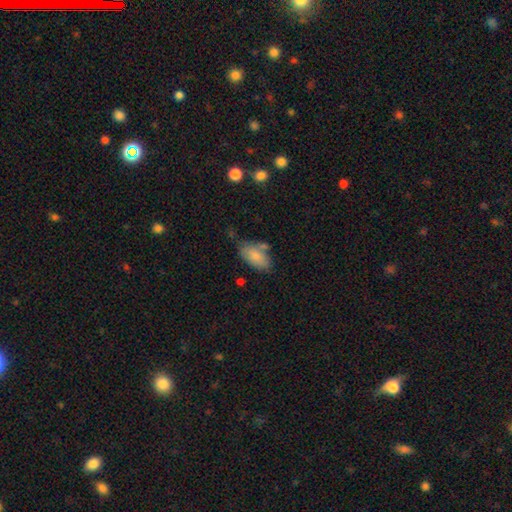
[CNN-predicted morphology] Smooth or featured?
  - smooth: 83% *
  - featured or disk: 11%
  - star or artifact: 7%
How rounded?
  - in between: 93% *
  - round: 4%
  - cigar-shaped: 3%
Merging?
  - none: 52% *
  - minor disturbance: 26%
  - merger: 14%
  - major disturbance: 8%